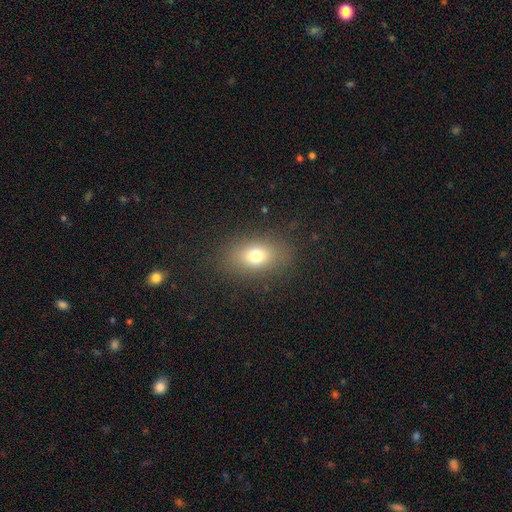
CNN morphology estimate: smooth-or-featured: smooth: 73% | featured or disk: 14% | star or artifact: 13%
  how-rounded: in between: 77% | round: 20% | cigar-shaped: 3%
  merging: none: 82% | minor disturbance: 11% | major disturbance: 6% | merger: 1%